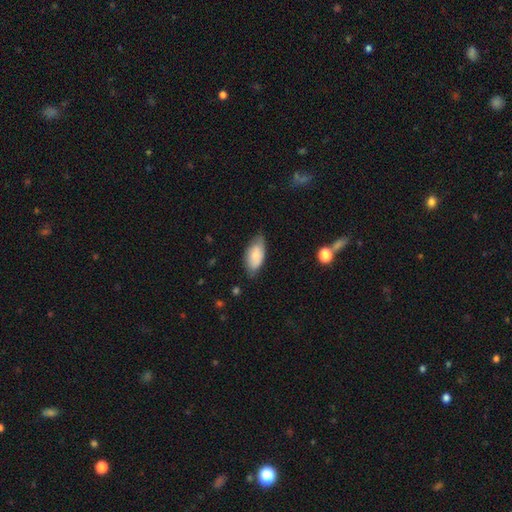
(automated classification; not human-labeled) Smooth or featured? smooth (74%)
How rounded? in between (92%)
Merging? none (68%)